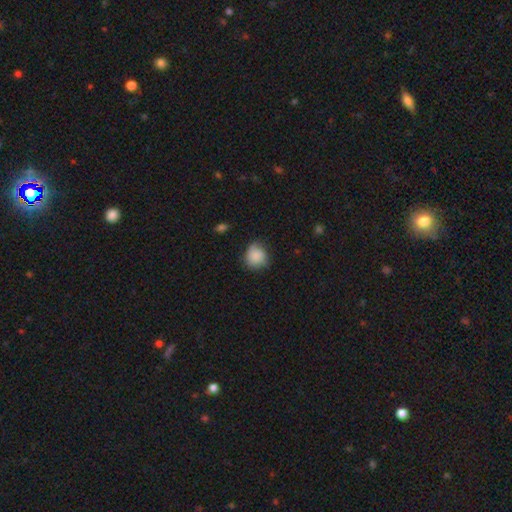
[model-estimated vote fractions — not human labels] This is clearly a smooth galaxy (84%). How rounded: clearly round (82%). Merging: possibly none (60%).